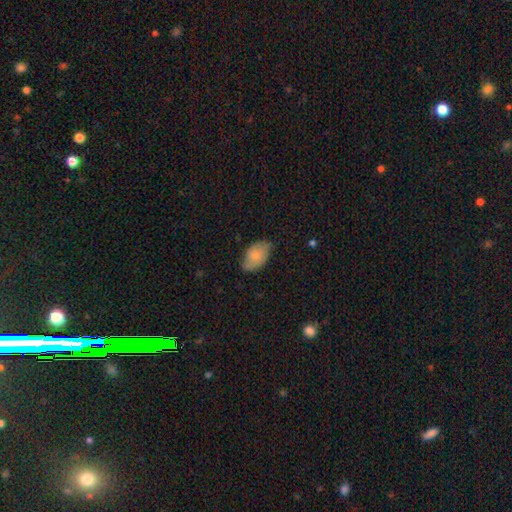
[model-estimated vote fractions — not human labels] Smooth or featured: smooth — 76% (featured or disk — 18%)
How rounded: in between — 92% (round — 6%)
Merging: none — 64% (minor disturbance — 30%)